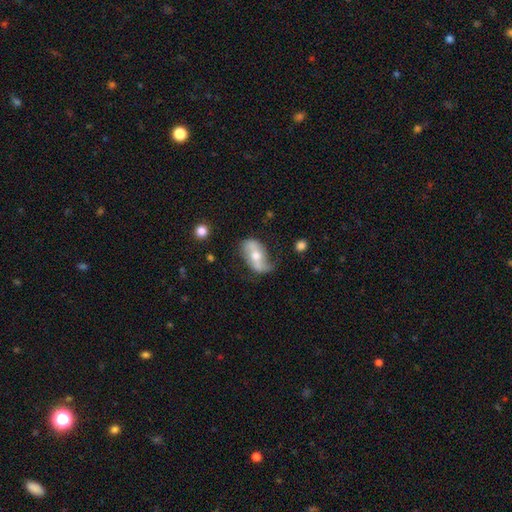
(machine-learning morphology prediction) Q: Smooth or featured?
A: featured or disk (64%); runner-up: smooth (30%)
Q: Edge-on disk?
A: no (91%); runner-up: yes (9%)
Q: Bar?
A: no (35%); runner-up: weak (33%)
Q: Spiral arms?
A: yes (75%); runner-up: no (25%)
Q: Bulge size?
A: moderate (68%); runner-up: small (22%)
Q: Merging?
A: none (52%); runner-up: minor disturbance (29%)